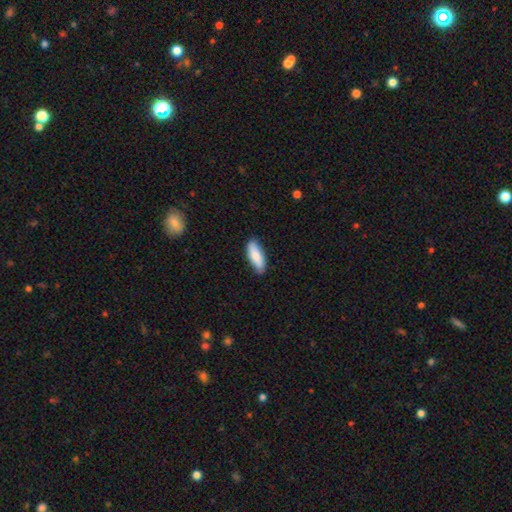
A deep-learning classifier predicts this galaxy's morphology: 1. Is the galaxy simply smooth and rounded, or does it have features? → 85% smooth, 10% featured or disk, 5% star or artifact.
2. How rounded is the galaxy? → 67% in between, 31% cigar-shaped, 2% round.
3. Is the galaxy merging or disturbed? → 83% none, 14% minor disturbance, 2% major disturbance, 1% merger.